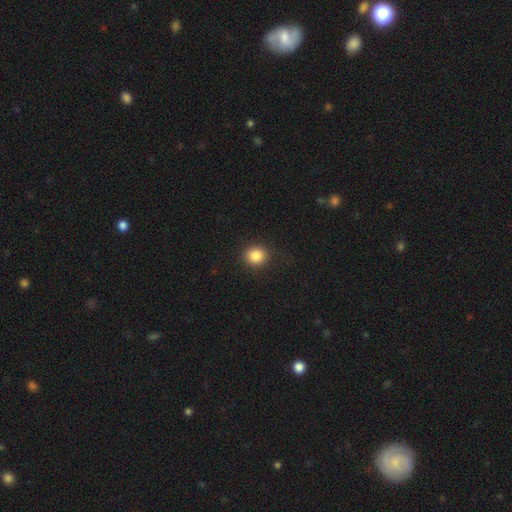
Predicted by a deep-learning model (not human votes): Smooth or featured? smooth (85%)
How rounded? round (83%)
Merging? none (89%)